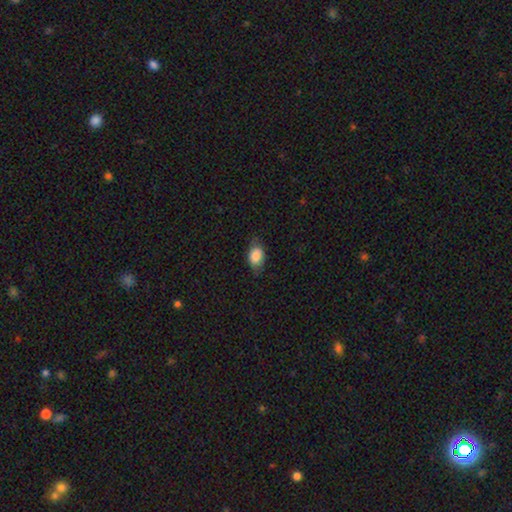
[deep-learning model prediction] A smooth galaxy with no disk features (85%) that is in between round and cigar-shaped (87%).

Vote fractions:
- Smooth or featured? smooth: 85% / featured or disk: 8% / star or artifact: 8%
- How rounded? in between: 87% / round: 10% / cigar-shaped: 2%
- Merging? none: 74% / minor disturbance: 21% / major disturbance: 5% / merger: 1%